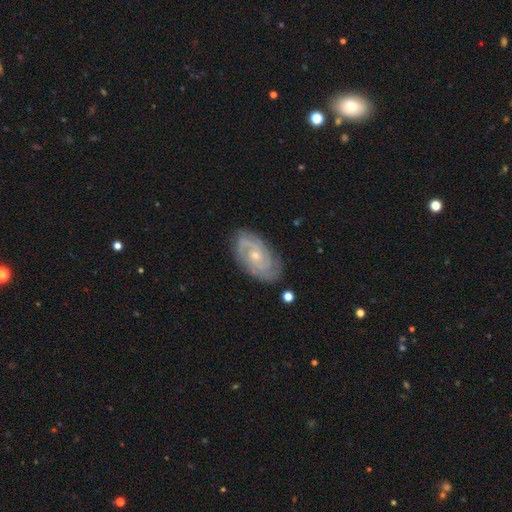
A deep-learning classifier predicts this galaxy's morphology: This is clearly a featured or disk galaxy (84%). It is clearly not viewed edge-on (96%). Bar: likely no (72%). Spiral arm pattern: clearly yes (96%). Spiral arm count: marginally 2 (42%). Spiral winding: likely tight (60%). Central bulge: likely small (67%). Merging: likely none (80%).